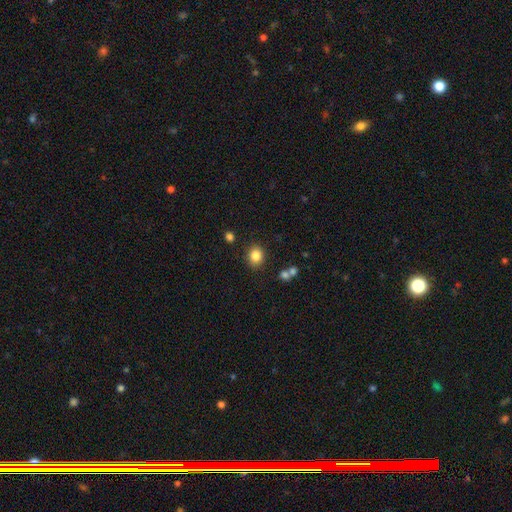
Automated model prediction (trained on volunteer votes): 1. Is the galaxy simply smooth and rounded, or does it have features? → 84% smooth, 10% star or artifact, 5% featured or disk.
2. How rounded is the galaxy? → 67% round, 32% in between, 1% cigar-shaped.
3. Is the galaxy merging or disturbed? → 85% none, 9% minor disturbance, 4% merger, 3% major disturbance.